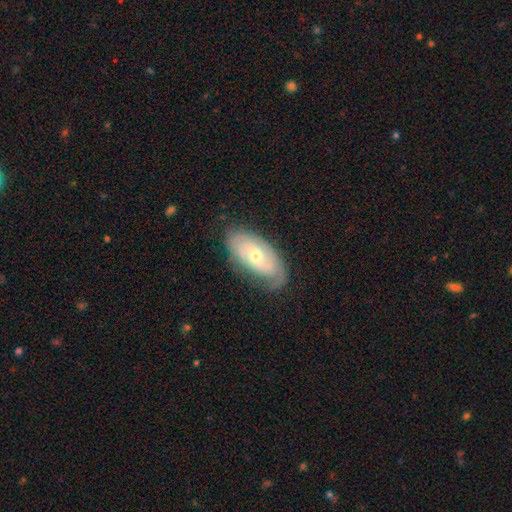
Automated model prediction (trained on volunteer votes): Q: Smooth or featured?
A: featured or disk (68%); runner-up: smooth (27%)
Q: Edge-on disk?
A: no (91%); runner-up: yes (9%)
Q: Bar?
A: no (72%); runner-up: weak (23%)
Q: Spiral arms?
A: yes (80%); runner-up: no (20%)
Q: Bulge size?
A: moderate (49%); runner-up: small (47%)
Q: Merging?
A: none (70%); runner-up: minor disturbance (21%)